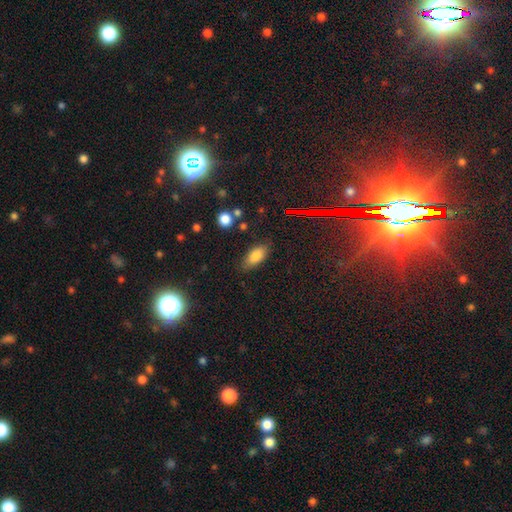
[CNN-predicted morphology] Smooth or featured? smooth (80%)
How rounded? in between (86%)
Merging? none (80%)